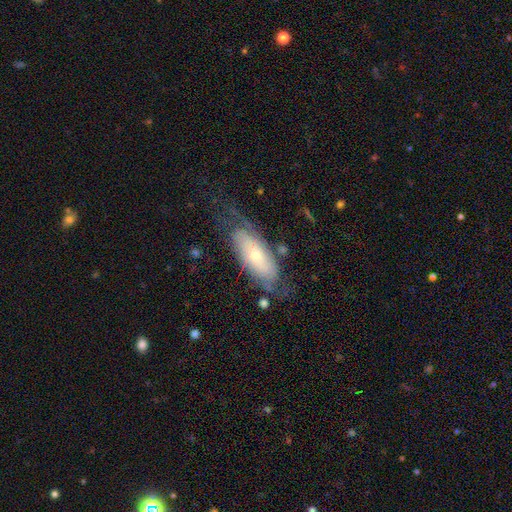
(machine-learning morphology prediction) Overall: featured or disk (58%; smooth 36%). Edge-on disk: no (83%). Merging: none (55%; minor disturbance 23%).